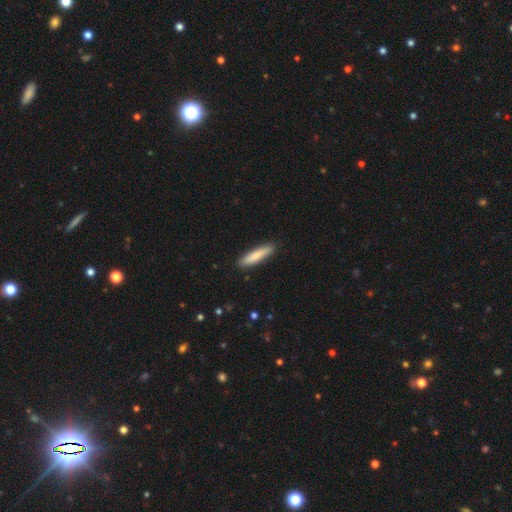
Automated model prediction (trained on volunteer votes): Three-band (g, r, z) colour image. It shows a smooth galaxy with no disk features (80%) that is cigar-shaped (84%). Merging: none (90%).